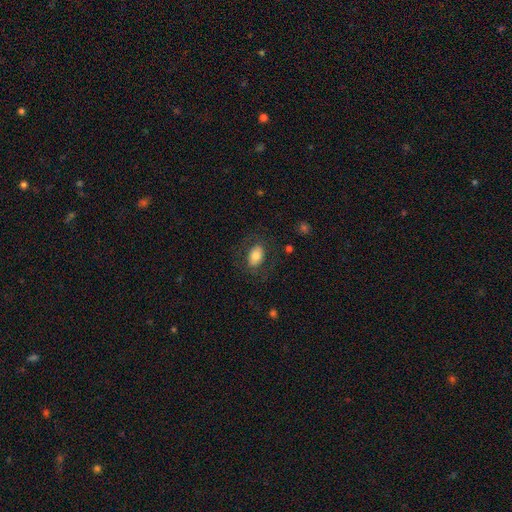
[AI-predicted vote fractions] The model was most divided on "smooth or featured": smooth: 73%, featured or disk: 19%, star or artifact: 8%. More confident: how rounded — in between (85%); merging — none (76%).